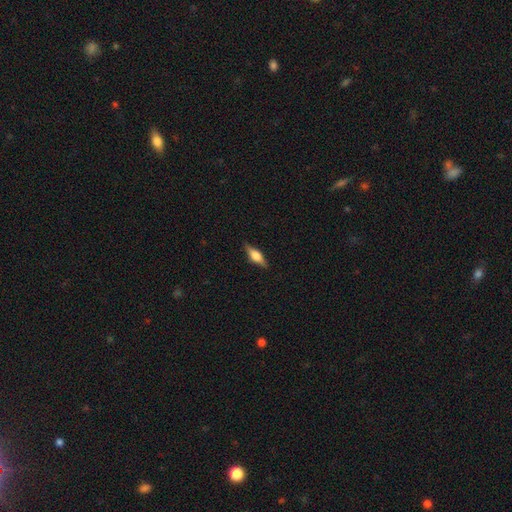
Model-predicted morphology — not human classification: featured or disk 56%, smooth 37%, star or artifact 7%. Down the decision tree: edge-on disk — yes (96%); edge-on bulge — rounded (87%); merging — none (87%).